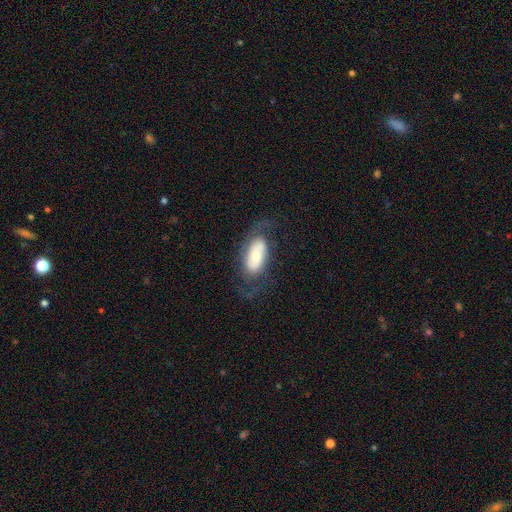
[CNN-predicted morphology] Q: Smooth or featured?
A: featured or disk (53%); runner-up: smooth (40%)
Q: Edge-on disk?
A: no (89%); runner-up: yes (11%)
Q: Merging?
A: none (62%); runner-up: minor disturbance (19%)